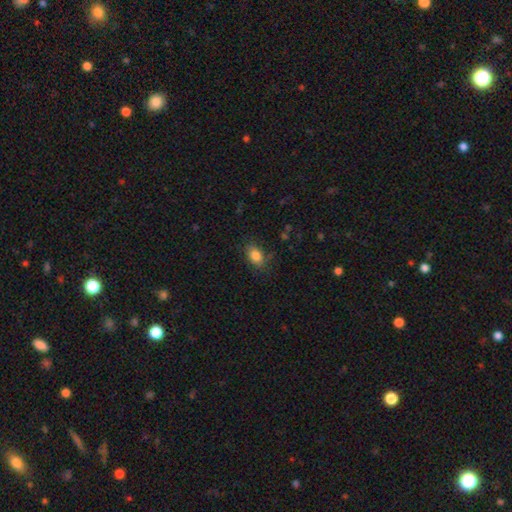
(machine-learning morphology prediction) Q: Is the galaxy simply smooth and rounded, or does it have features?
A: smooth — 84%.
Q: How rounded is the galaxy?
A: in between — 84%.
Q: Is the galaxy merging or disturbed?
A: none — 78%.